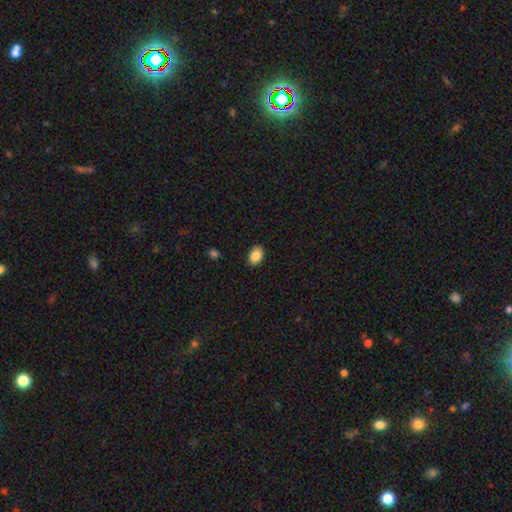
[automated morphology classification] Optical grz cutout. It shows a smooth galaxy with no disk features (87%) that is in between round and cigar-shaped (82%). Merging: none (88%).